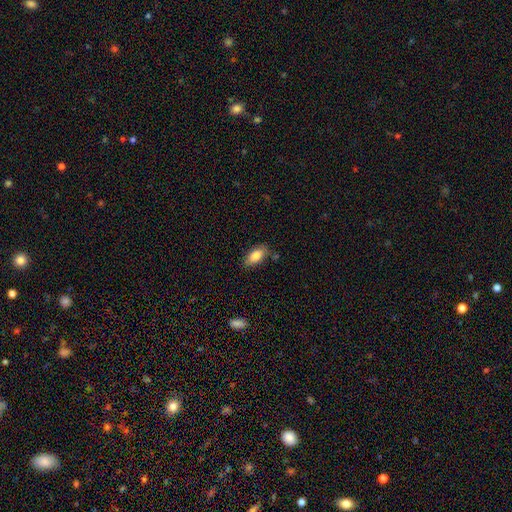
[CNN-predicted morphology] A smooth galaxy with no disk features (83%) that is in between round and cigar-shaped (88%). Merging: none (80%).